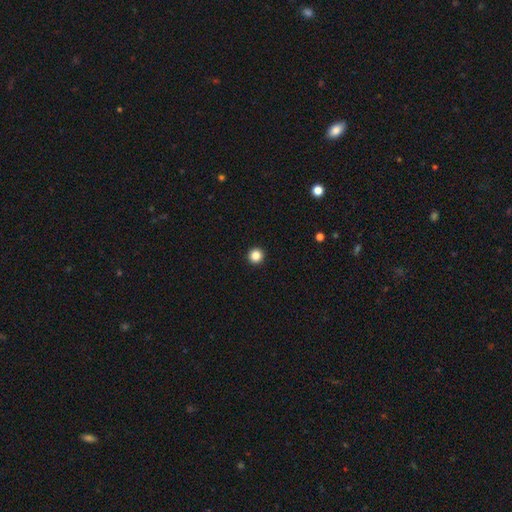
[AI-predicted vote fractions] smooth 85%, star or artifact 11%, featured or disk 4%. Down the decision tree: how rounded — round (97%); merging — none (94%).